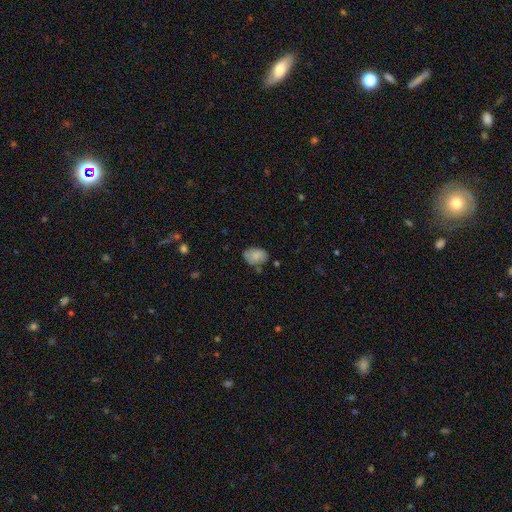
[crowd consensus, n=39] smooth-or-featured: smooth: 85% | star or artifact: 10% | featured or disk: 5%
  how-rounded: in between: 82% | round: 15% | cigar-shaped: 3%
  merging: none: 63% | minor disturbance: 23% | merger: 11% | major disturbance: 3%